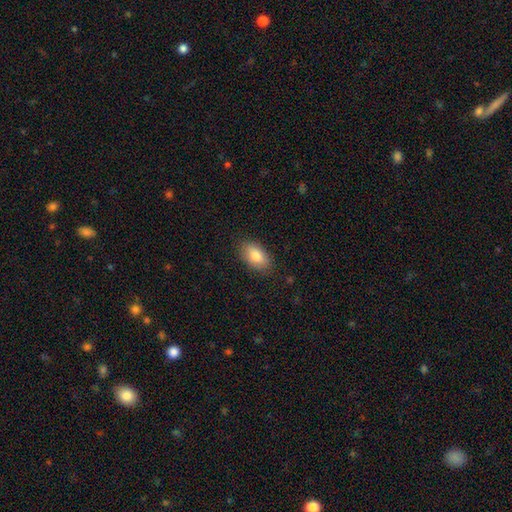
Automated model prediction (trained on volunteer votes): Smooth or featured? Predicted: smooth (p=0.84). How rounded? Predicted: in between (p=0.93). Merging? Predicted: none (p=0.86).